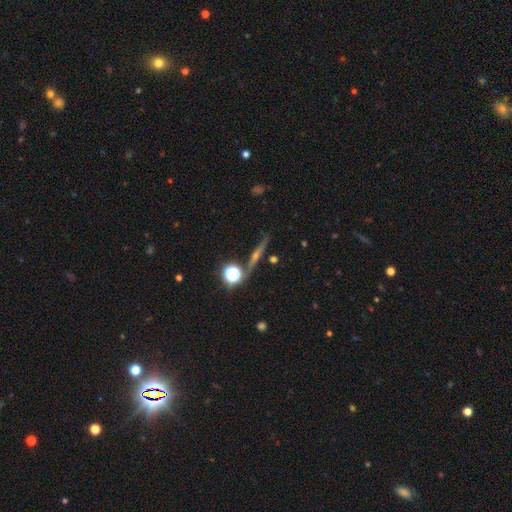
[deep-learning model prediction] This appears to be a featured or disk galaxy (67%) viewed edge-on (94%) with a rounded central bulge (89%). Merging: none (84%).